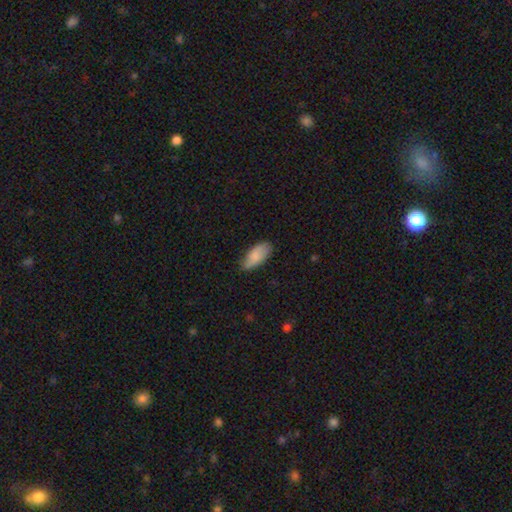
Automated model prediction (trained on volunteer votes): A smooth galaxy with no disk features (84%) that is in between round and cigar-shaped (90%). Merging: none (72%).